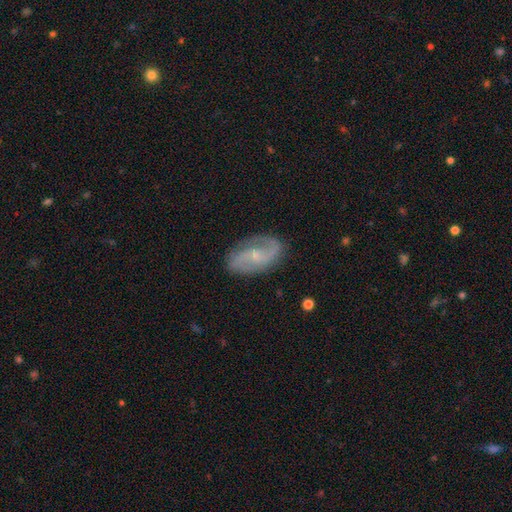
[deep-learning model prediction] Q: Smooth or featured?
A: featured or disk (84%); runner-up: smooth (11%)
Q: Edge-on disk?
A: no (96%); runner-up: yes (4%)
Q: Bar?
A: no (48%); runner-up: weak (42%)
Q: Spiral arms?
A: yes (96%); runner-up: no (4%)
Q: Spiral winding?
A: medium (47%); runner-up: loose (31%)
Q: Spiral arm count?
A: 2 (88%); runner-up: can't tell (5%)
Q: Bulge size?
A: small (65%); runner-up: moderate (26%)
Q: Merging?
A: none (81%); runner-up: minor disturbance (14%)